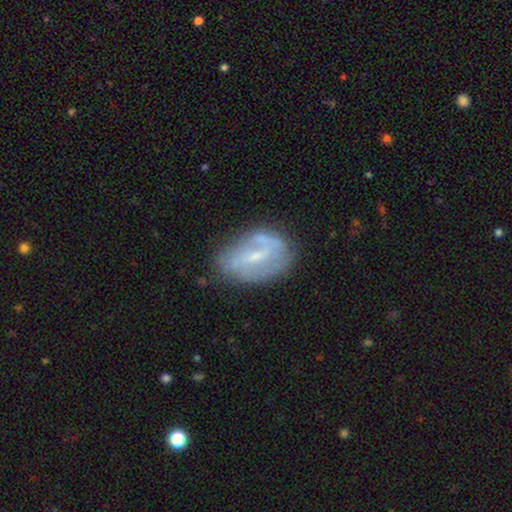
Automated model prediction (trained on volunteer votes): Smooth or featured: featured or disk — 68% (smooth — 25%)
Edge-on disk: no — 95% (yes — 5%)
Bar: weak — 49% (strong — 27%)
Spiral arms: yes — 68% (no — 32%)
Bulge size: small — 63% (moderate — 27%)
Merging: none — 60% (minor disturbance — 25%)